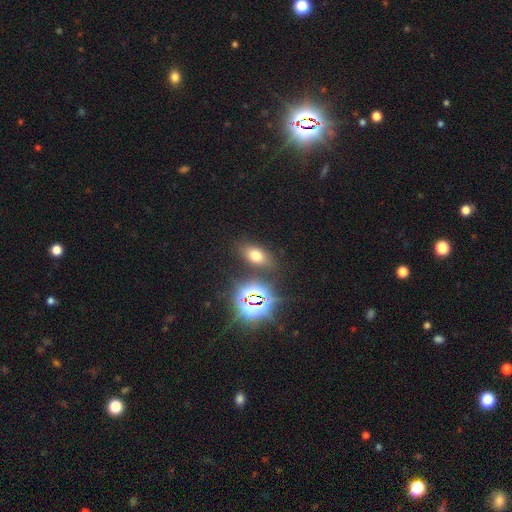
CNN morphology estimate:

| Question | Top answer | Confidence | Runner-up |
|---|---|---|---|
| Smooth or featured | smooth | 58% | star or artifact (30%) |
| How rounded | in between | 80% | round (16%) |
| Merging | none | 81% | minor disturbance (10%) |